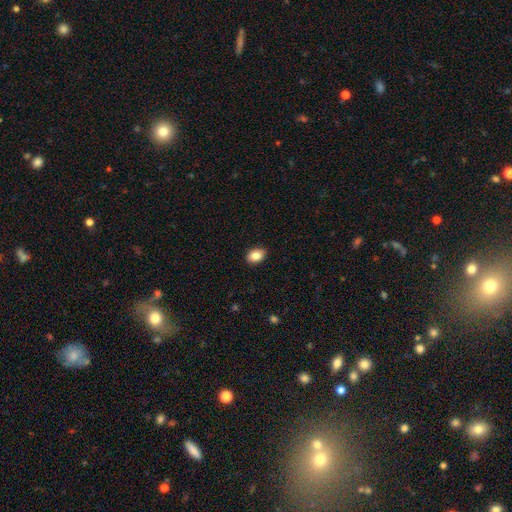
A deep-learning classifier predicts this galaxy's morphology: Overall: smooth (88%). How rounded: in between (80%). Merging: none (89%).